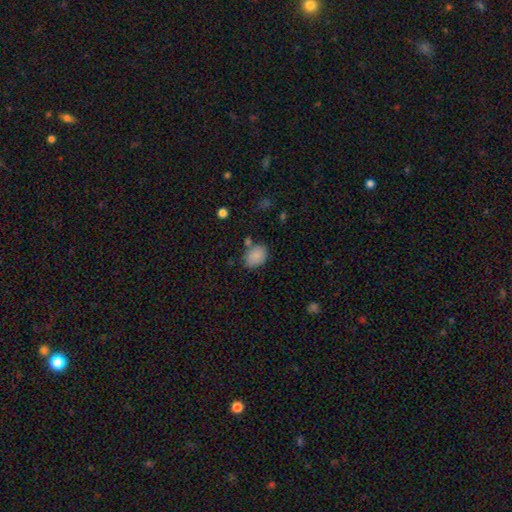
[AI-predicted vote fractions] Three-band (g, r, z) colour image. It shows a smooth galaxy with no disk features (87%) that is in between round and cigar-shaped (65%). Merging: none (68%).